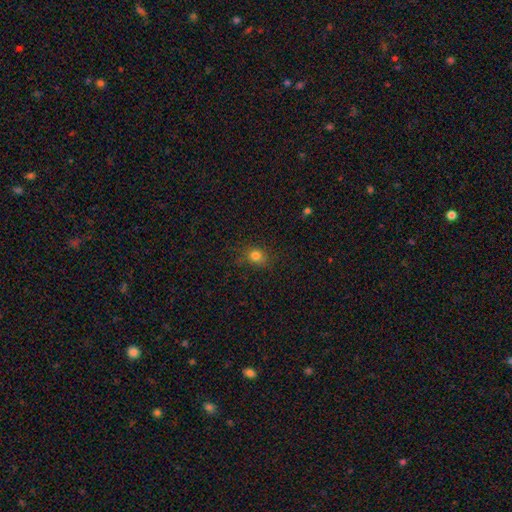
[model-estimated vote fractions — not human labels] Smooth or featured? smooth (79%)
How rounded? round (68%)
Merging? none (77%)